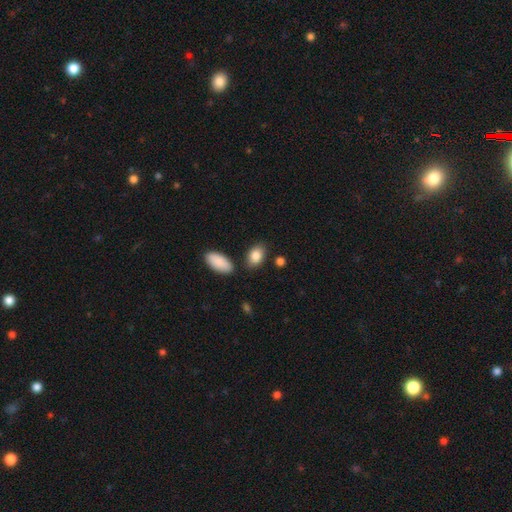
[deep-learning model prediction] This appears to be a smooth galaxy with no disk features (86%) that is in between round and cigar-shaped (88%). Merging: none (78%).